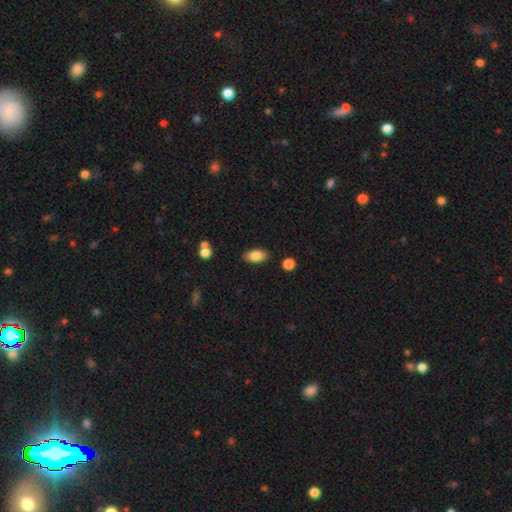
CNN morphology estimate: Overall: smooth (84%). How rounded: in between (91%). Merging: none (84%).